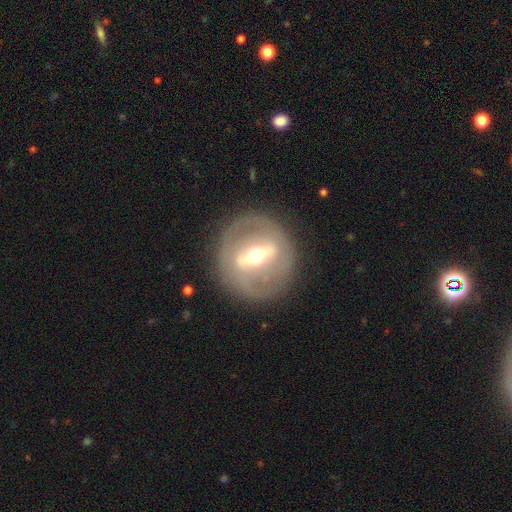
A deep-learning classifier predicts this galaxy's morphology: Q: Smooth or featured?
A: featured or disk (77%); runner-up: smooth (17%)
Q: Edge-on disk?
A: no (82%); runner-up: yes (18%)
Q: Bar?
A: strong (73%); runner-up: weak (20%)
Q: Spiral arms?
A: no (62%); runner-up: yes (38%)
Q: Bulge size?
A: moderate (66%); runner-up: small (22%)
Q: Merging?
A: none (83%); runner-up: minor disturbance (10%)